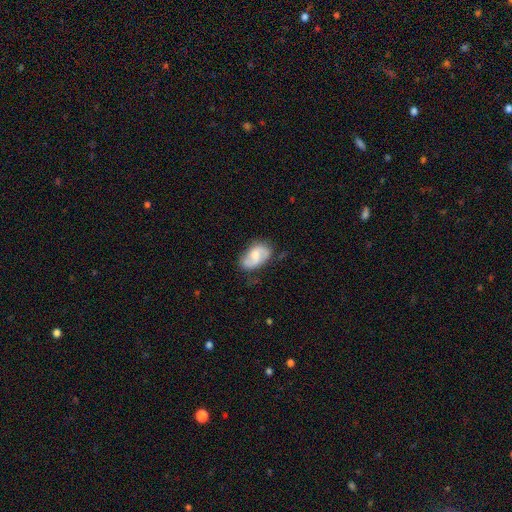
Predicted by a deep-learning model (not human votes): Smooth or featured: featured or disk — 50% (smooth — 43%)
Edge-on disk: no — 96% (yes — 4%)
Merging: none — 63% (minor disturbance — 27%)